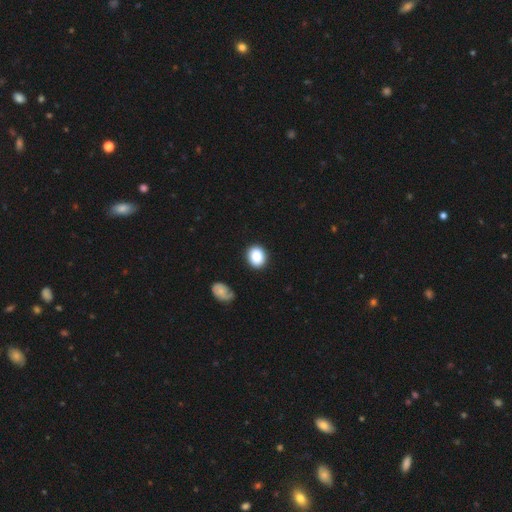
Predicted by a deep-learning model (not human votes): Smooth or featured?
  - smooth: 87% *
  - star or artifact: 8%
  - featured or disk: 6%
How rounded?
  - round: 55% *
  - in between: 44%
  - cigar-shaped: 1%
Merging?
  - none: 85% *
  - minor disturbance: 10%
  - major disturbance: 3%
  - merger: 2%